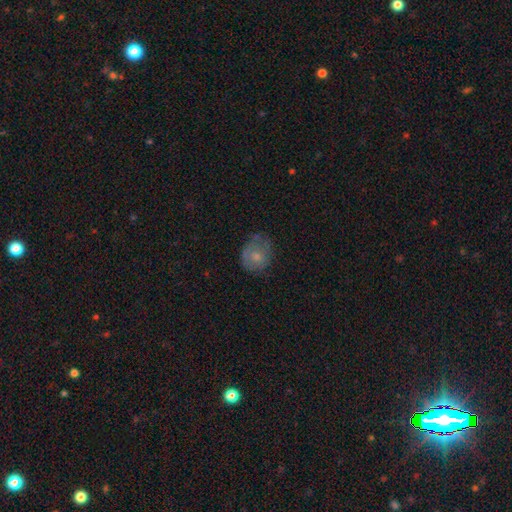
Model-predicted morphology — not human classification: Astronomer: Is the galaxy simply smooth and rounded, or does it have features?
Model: smooth — 66%.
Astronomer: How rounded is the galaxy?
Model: round — 65%.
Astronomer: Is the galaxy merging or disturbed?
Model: none — 53% (runner-up: minor disturbance, 31%).